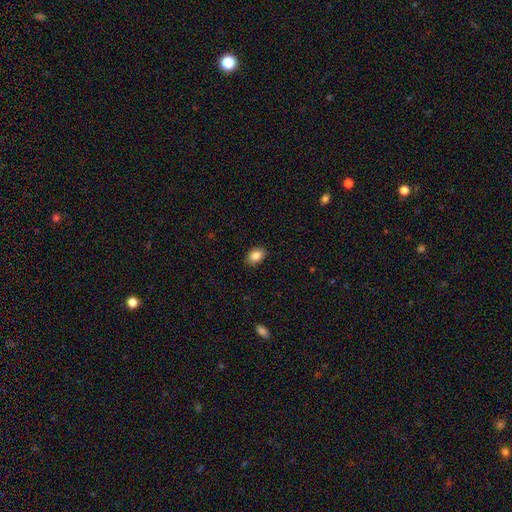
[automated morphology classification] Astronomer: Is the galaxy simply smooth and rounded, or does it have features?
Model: smooth — 87%.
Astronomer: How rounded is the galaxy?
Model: in between — 83%.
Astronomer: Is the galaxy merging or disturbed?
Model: none — 89%.